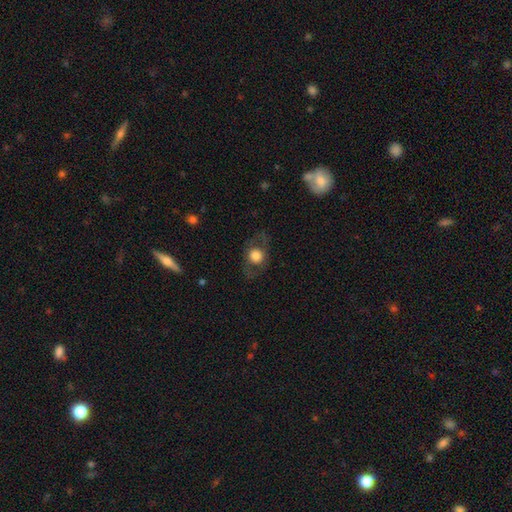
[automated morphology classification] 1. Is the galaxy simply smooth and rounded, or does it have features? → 59% smooth, 33% featured or disk, 8% star or artifact.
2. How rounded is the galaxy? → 69% round, 29% in between, 2% cigar-shaped.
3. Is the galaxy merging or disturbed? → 76% none, 13% minor disturbance, 10% major disturbance, 1% merger.